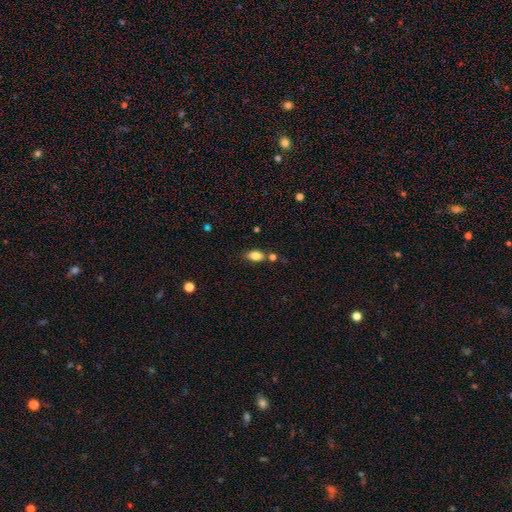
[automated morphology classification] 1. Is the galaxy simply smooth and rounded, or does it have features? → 83% smooth, 9% star or artifact, 8% featured or disk.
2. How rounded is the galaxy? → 88% in between, 9% round, 3% cigar-shaped.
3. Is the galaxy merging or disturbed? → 69% none, 14% minor disturbance, 13% merger, 4% major disturbance.